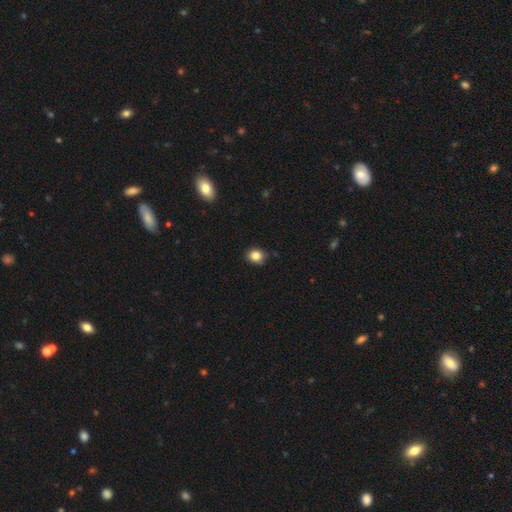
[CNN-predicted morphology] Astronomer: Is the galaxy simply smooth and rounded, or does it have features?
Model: smooth — 84%.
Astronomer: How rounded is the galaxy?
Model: round — 66%.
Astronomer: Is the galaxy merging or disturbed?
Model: none — 81%.